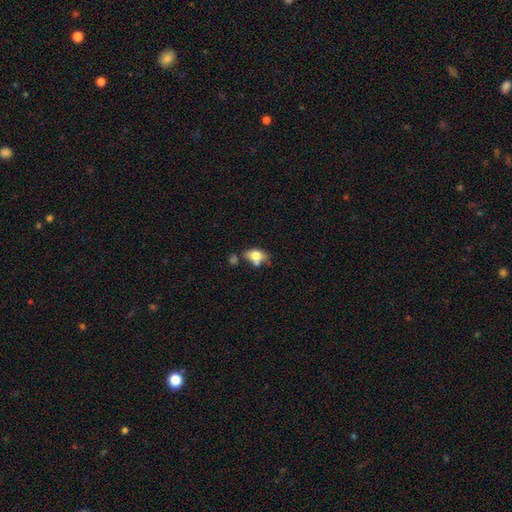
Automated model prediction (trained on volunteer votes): Overall: smooth (70%). How rounded: in between (82%). Merging: none (47%; merger 23%).